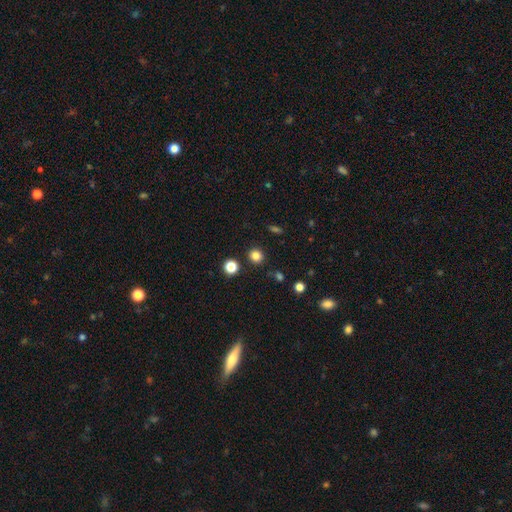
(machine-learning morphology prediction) type=smooth (83%); roundness=round (86%); merging=none (88%).